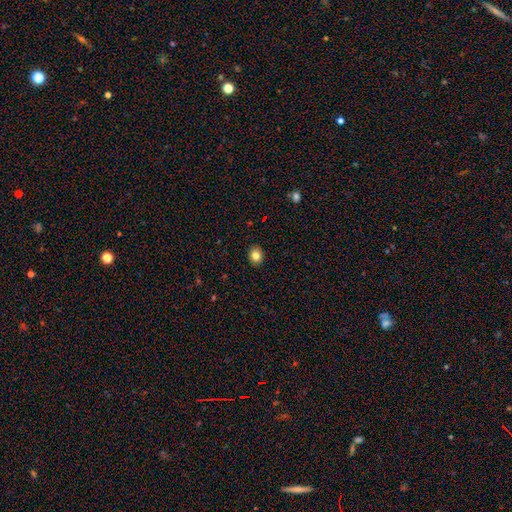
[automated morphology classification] A smooth galaxy with no disk features (83%) that is round (57%). Merging: none (91%).